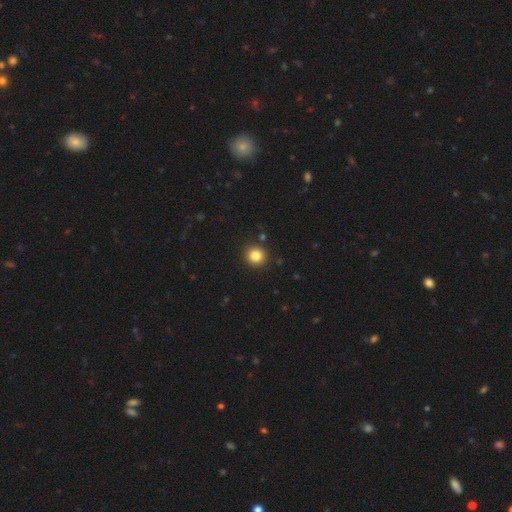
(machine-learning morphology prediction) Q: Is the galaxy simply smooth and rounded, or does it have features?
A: smooth — 83%.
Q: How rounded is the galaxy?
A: round — 93%.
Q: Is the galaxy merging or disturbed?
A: none — 91%.